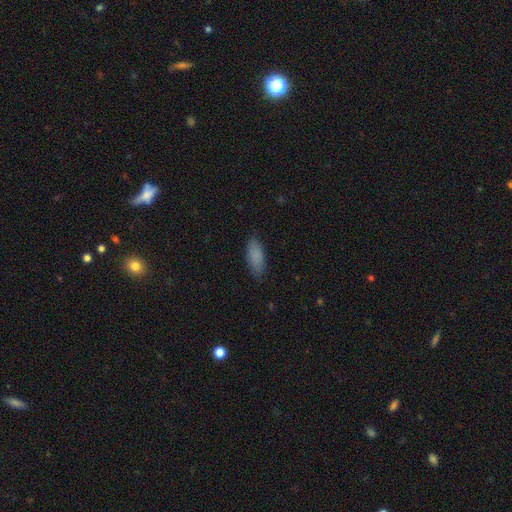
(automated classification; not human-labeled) Smooth or featured: smooth — 87% (star or artifact — 6%)
How rounded: in between — 81% (cigar-shaped — 18%)
Merging: none — 84% (minor disturbance — 13%)